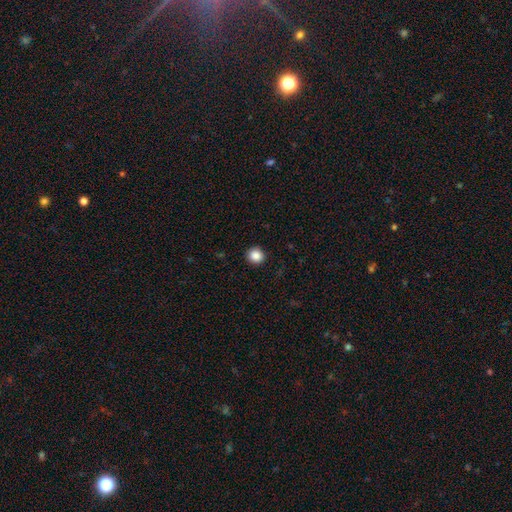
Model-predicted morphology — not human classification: type=smooth (87%); roundness=round (90%); merging=none (92%).